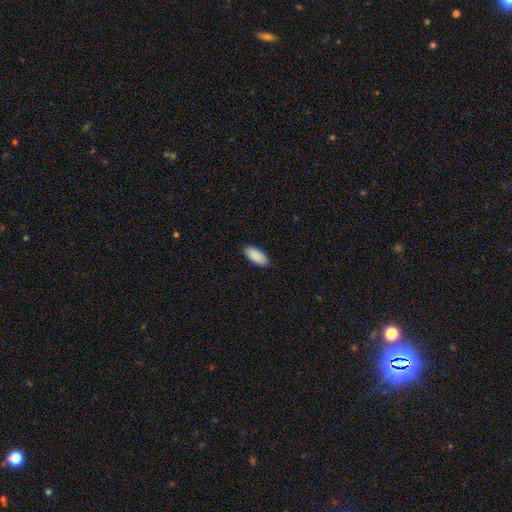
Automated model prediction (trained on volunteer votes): Smooth or featured?
  - smooth: 91% *
  - star or artifact: 6%
  - featured or disk: 3%
How rounded?
  - in between: 91% *
  - cigar-shaped: 7%
  - round: 2%
Merging?
  - none: 88% *
  - minor disturbance: 9%
  - major disturbance: 2%
  - merger: 1%